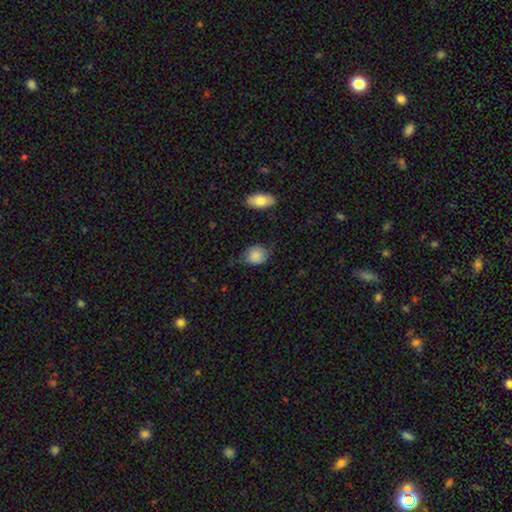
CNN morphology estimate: The model was most divided on "how rounded": round: 52%, in between: 47%, cigar-shaped: 1%. More confident: smooth or featured — smooth (85%); merging — none (65%).